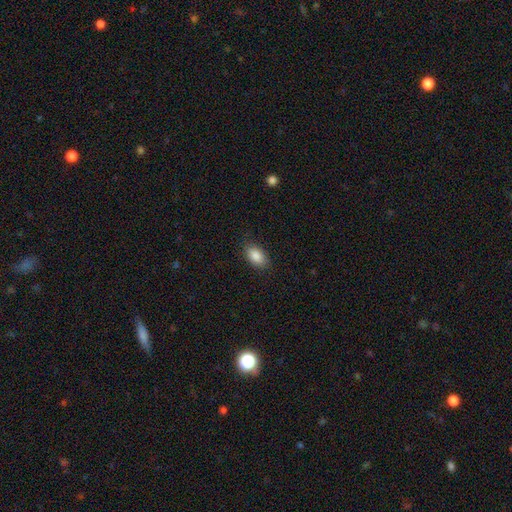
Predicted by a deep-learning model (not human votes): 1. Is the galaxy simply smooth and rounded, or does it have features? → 88% smooth, 7% star or artifact, 5% featured or disk.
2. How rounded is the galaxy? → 92% in between, 6% round, 2% cigar-shaped.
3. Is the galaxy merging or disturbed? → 86% none, 11% minor disturbance, 3% major disturbance, 1% merger.